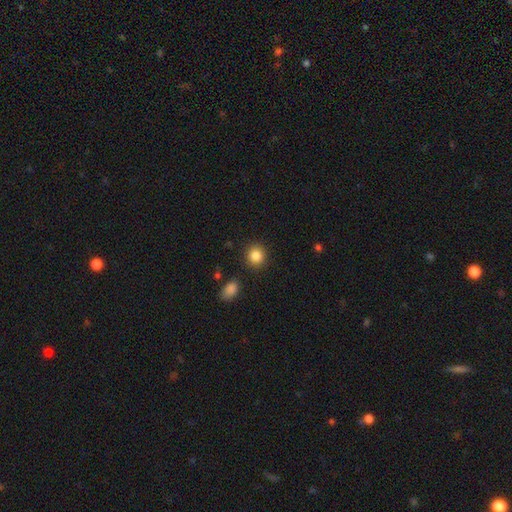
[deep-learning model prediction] smooth-or-featured: smooth: 86% | star or artifact: 9% | featured or disk: 4%
  how-rounded: round: 87% | in between: 12% | cigar-shaped: 1%
  merging: none: 89% | minor disturbance: 7% | major disturbance: 2% | merger: 2%